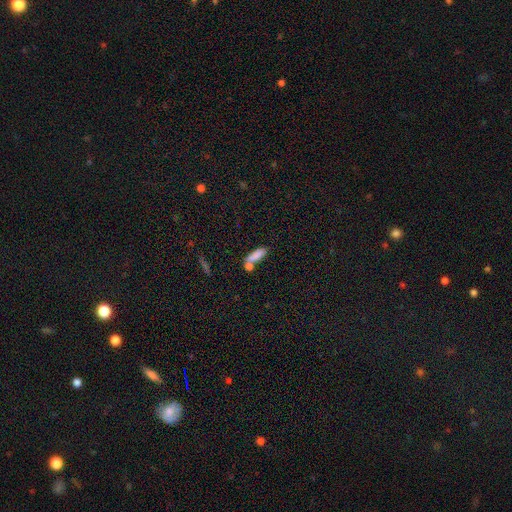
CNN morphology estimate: Smooth or featured?
  - smooth: 80% *
  - featured or disk: 11%
  - star or artifact: 9%
How rounded?
  - in between: 54% *
  - cigar-shaped: 43%
  - round: 3%
Merging?
  - none: 50% *
  - merger: 31%
  - minor disturbance: 14%
  - major disturbance: 5%